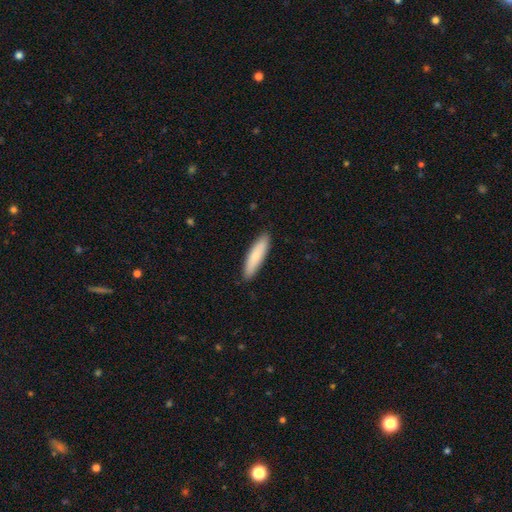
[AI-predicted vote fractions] smooth_or_featured: smooth (p=0.79) [alt: featured or disk p=0.15]
how_rounded: cigar-shaped (p=0.73) [alt: in between p=0.26]
merging: none (p=0.88) [alt: minor disturbance p=0.09]